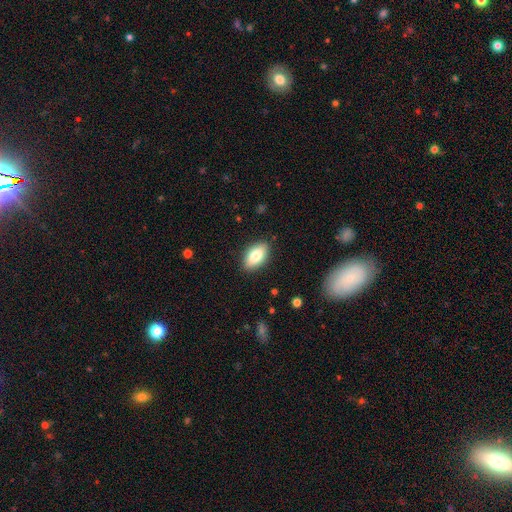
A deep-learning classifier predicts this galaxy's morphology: Smooth or featured? smooth (81%)
How rounded? in between (91%)
Merging? none (87%)